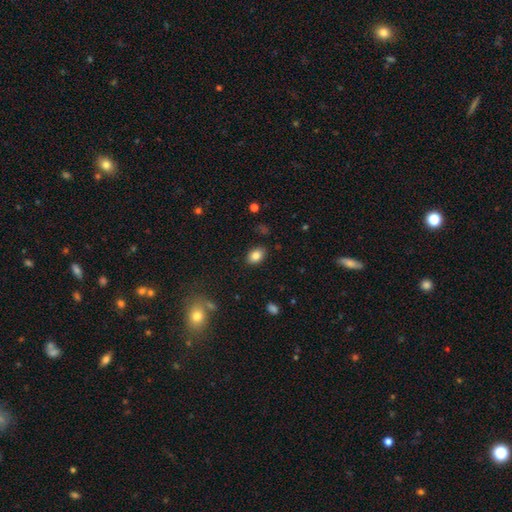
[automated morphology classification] Smooth or featured? smooth (84%)
How rounded? in between (83%)
Merging? none (86%)